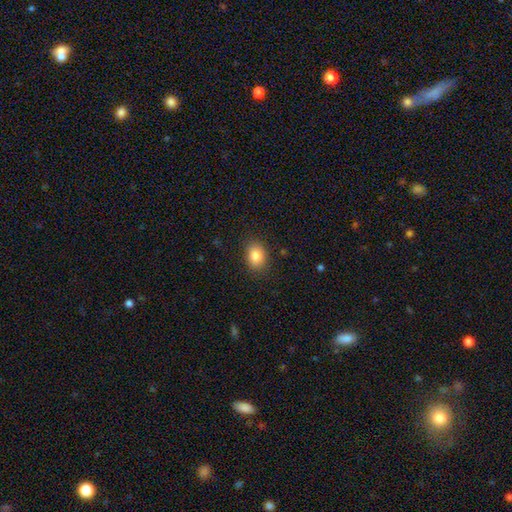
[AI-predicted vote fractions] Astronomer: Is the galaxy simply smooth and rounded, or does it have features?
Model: smooth — 84%.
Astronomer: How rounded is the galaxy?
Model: in between — 67%.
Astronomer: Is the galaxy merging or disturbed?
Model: none — 86%.